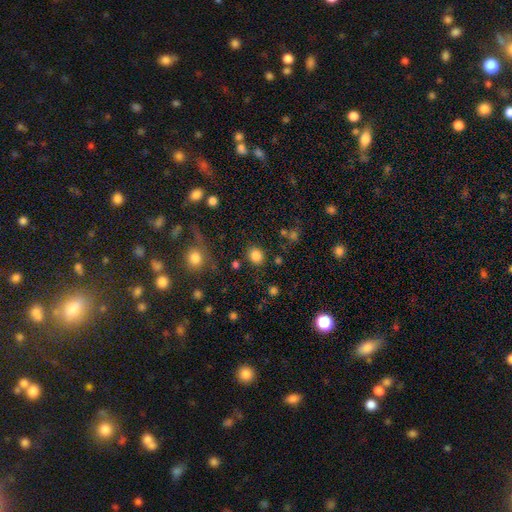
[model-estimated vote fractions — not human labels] A smooth galaxy with no disk features (84%) that is round (72%). Merging: none (86%).